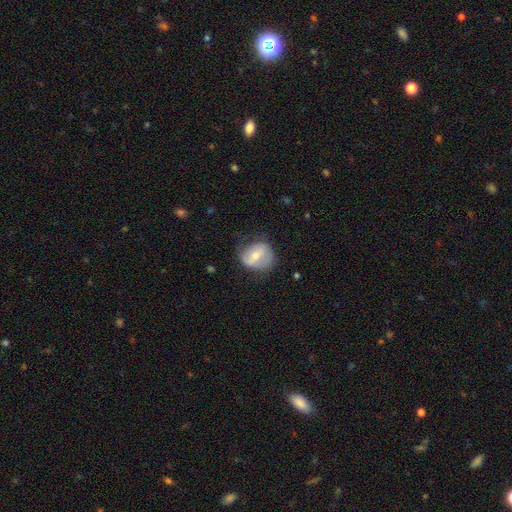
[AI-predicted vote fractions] Q: Smooth or featured?
A: smooth (49%); runner-up: featured or disk (43%)
Q: Merging?
A: none (57%); runner-up: minor disturbance (28%)